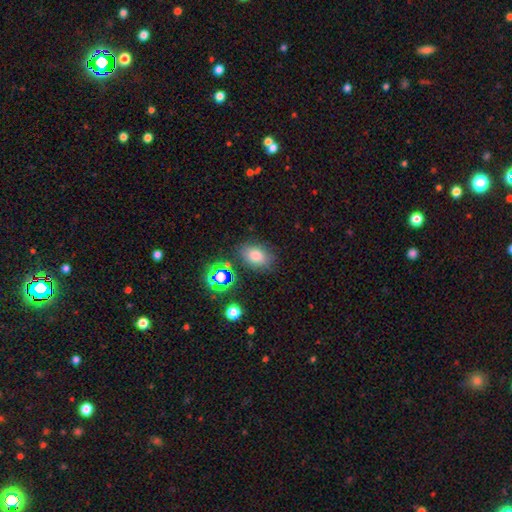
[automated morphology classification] This is likely a smooth galaxy (72%). How rounded: likely in between (78%). Merging: likely none (79%).